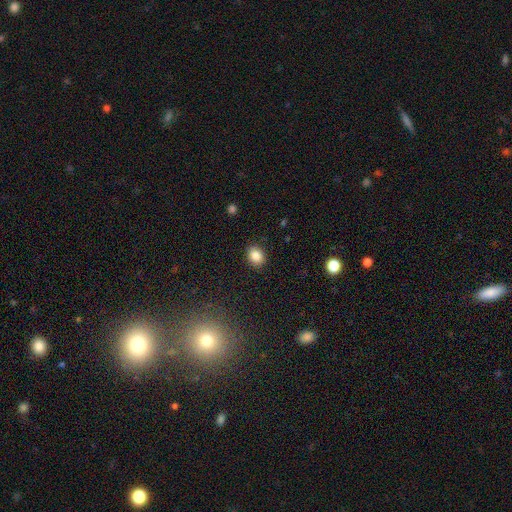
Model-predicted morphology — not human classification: A smooth galaxy with no disk features (86%) that is round (50%).

Vote fractions:
- Smooth or featured? smooth: 86% / star or artifact: 9% / featured or disk: 5%
- How rounded? round: 50% / in between: 49% / cigar-shaped: 1%
- Merging? none: 89% / minor disturbance: 8% / major disturbance: 2% / merger: 1%